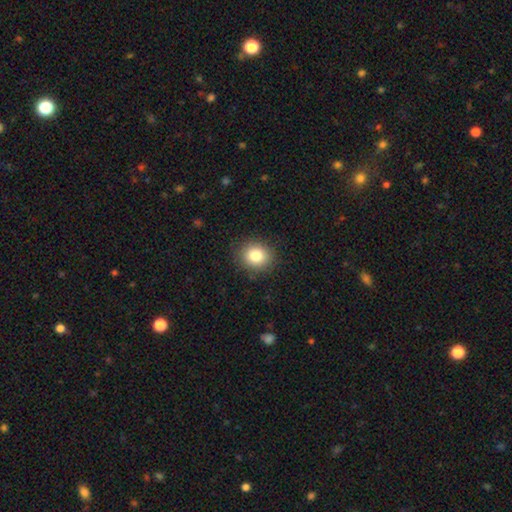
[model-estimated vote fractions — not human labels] This appears to be a smooth galaxy with no disk features (83%) that is round (74%). Merging: none (88%).